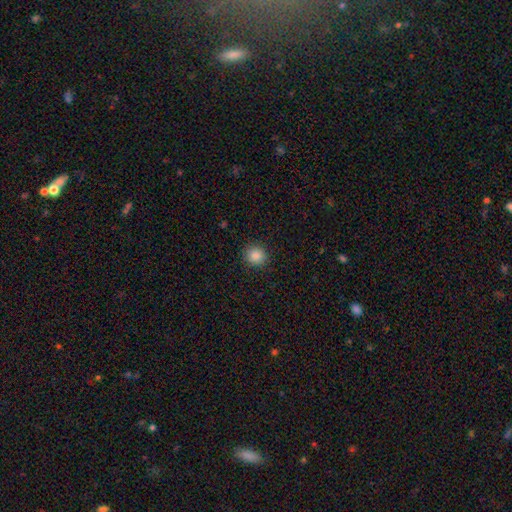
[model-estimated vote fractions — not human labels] A smooth galaxy with no disk features (87%) that is round (89%). Merging: none (90%).